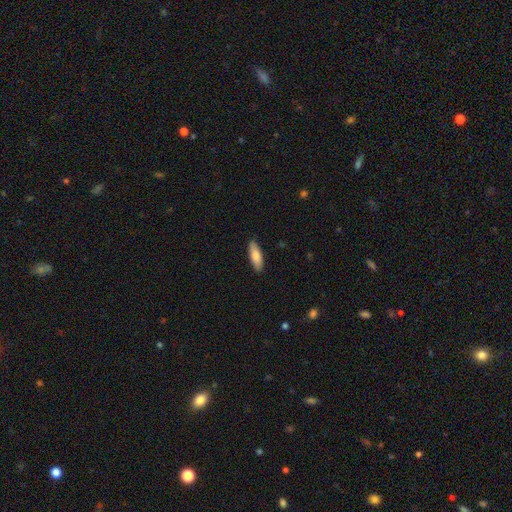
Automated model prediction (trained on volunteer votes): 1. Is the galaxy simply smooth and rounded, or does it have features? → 81% smooth, 14% featured or disk, 5% star or artifact.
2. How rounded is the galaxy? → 55% in between, 43% cigar-shaped, 2% round.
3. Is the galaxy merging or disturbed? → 87% none, 10% minor disturbance, 2% major disturbance, 1% merger.